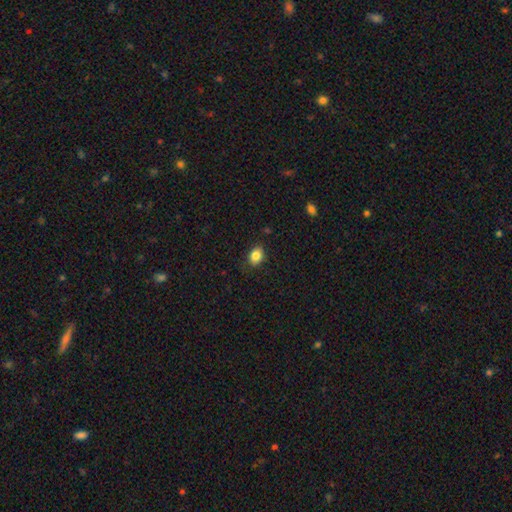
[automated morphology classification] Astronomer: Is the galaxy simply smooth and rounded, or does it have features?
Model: smooth — 85%.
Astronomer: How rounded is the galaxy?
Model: in between — 66%.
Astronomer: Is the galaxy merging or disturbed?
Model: none — 83%.